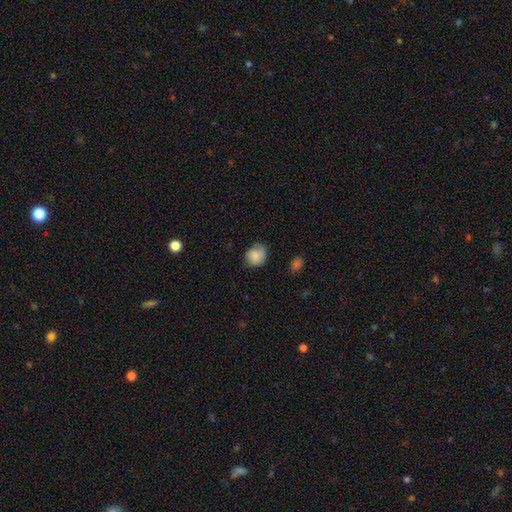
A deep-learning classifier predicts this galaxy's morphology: This appears to be a smooth galaxy with no disk features (80%) that is round (62%). Merging: none (64%).